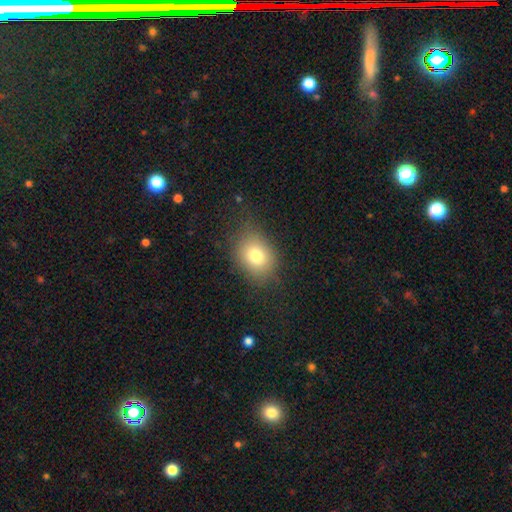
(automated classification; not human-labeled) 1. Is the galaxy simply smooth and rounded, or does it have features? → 77% smooth, 12% featured or disk, 11% star or artifact.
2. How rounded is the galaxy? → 61% in between, 38% round, 1% cigar-shaped.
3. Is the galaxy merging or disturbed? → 73% none, 19% minor disturbance, 7% major disturbance, 1% merger.